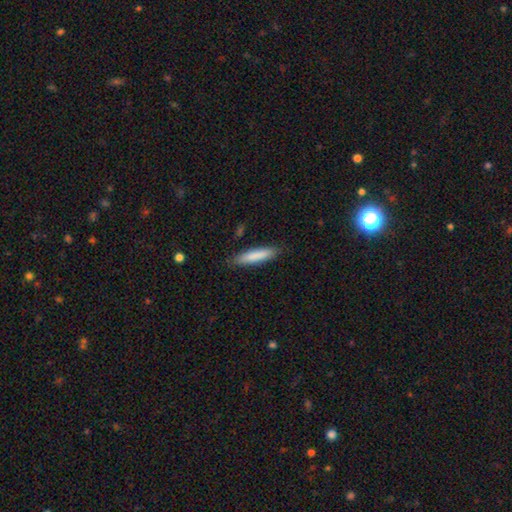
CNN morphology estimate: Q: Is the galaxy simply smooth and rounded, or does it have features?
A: smooth — 84%.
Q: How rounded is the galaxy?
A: cigar-shaped — 83%.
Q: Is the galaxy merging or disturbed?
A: none — 87%.